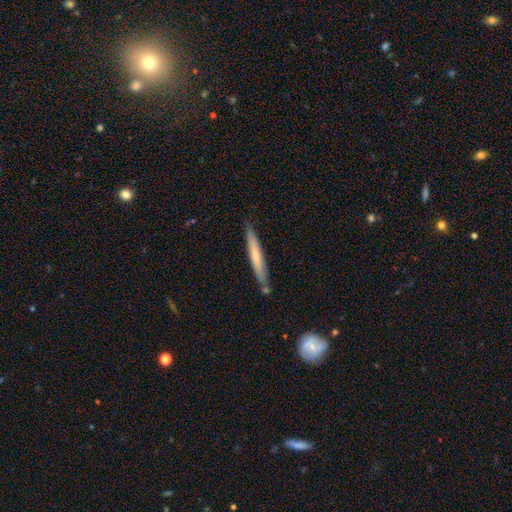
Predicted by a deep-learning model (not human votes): A smooth galaxy with no disk features (55%) that is cigar-shaped (95%).

Vote fractions:
- Smooth or featured? smooth: 55% / featured or disk: 39% / star or artifact: 6%
- How rounded? cigar-shaped: 95% / in between: 4% / round: 1%
- Merging? none: 80% / minor disturbance: 13% / merger: 5% / major disturbance: 2%